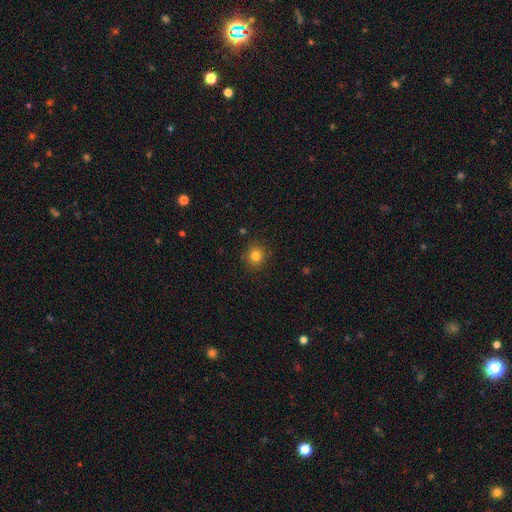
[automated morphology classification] A smooth galaxy with no disk features (81%) that is round (87%).

Vote fractions:
- Smooth or featured? smooth: 81% / star or artifact: 13% / featured or disk: 6%
- How rounded? round: 87% / in between: 12% / cigar-shaped: 1%
- Merging? none: 89% / minor disturbance: 8% / major disturbance: 2% / merger: 1%